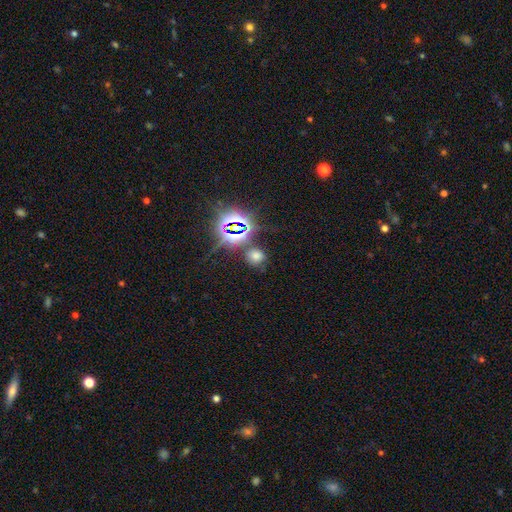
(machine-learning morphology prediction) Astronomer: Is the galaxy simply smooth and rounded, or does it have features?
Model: smooth — 55% (runner-up: star or artifact, 37%).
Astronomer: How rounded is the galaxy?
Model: round — 74%.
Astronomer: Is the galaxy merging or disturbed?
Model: none — 76%.